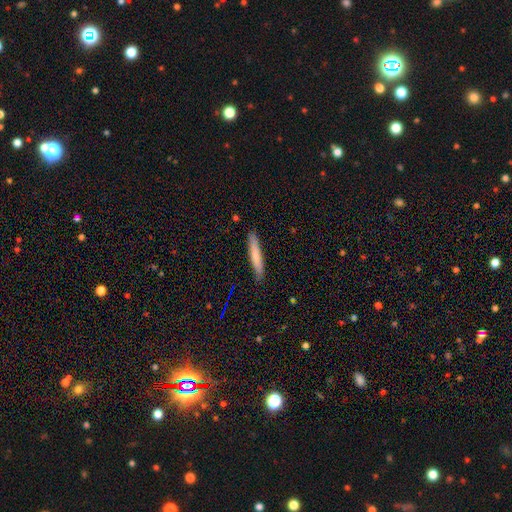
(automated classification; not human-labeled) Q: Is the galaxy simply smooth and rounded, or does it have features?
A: smooth — 71%.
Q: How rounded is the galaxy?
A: cigar-shaped — 93%.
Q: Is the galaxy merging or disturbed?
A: none — 89%.